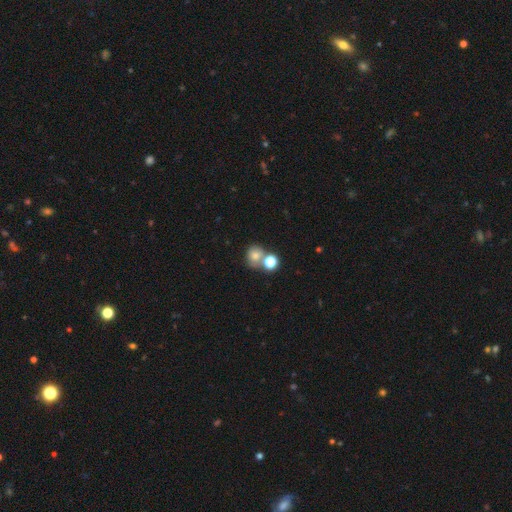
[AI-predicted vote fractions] smooth-or-featured: smooth: 73% | star or artifact: 14% | featured or disk: 12%
  how-rounded: round: 77% | in between: 22% | cigar-shaped: 1%
  merging: none: 46% | merger: 40% | minor disturbance: 9% | major disturbance: 4%